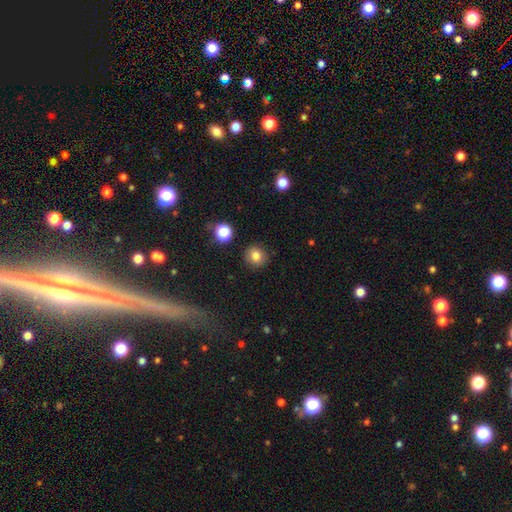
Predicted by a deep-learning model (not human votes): Morphology: type=smooth (81%); roundness=round (87%); merging=none (88%).